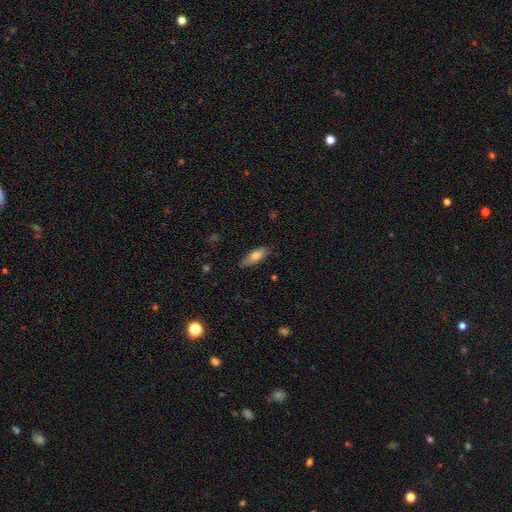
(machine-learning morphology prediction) smooth 71%, featured or disk 23%, star or artifact 6%. Down the decision tree: how rounded — in between (59%); merging — none (82%).